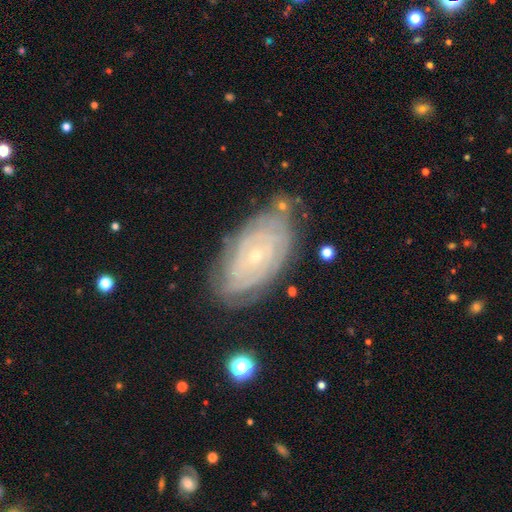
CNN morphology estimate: The model was most divided on "spiral arm count": can't tell: 47%, 2: 15%, 4: 14%, 3: 12%, more than 4: 8%, 1: 5%. More confident: edge-on disk — no (94%); spiral arms — yes (92%); spiral winding — tight (84%); smooth or featured — featured or disk (82%); bulge size — small (77%); bar — no (75%); merging — none (74%).